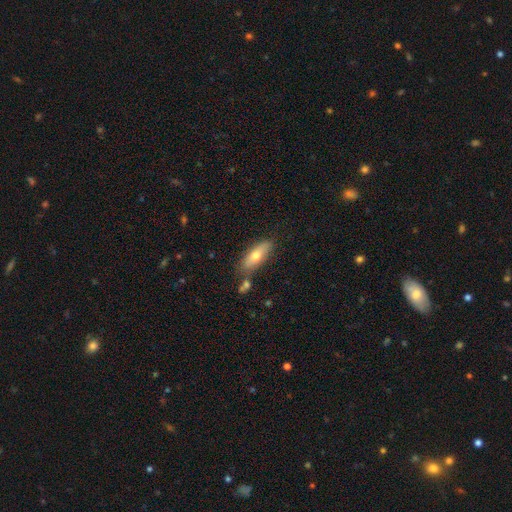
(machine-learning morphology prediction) Overall: smooth (67%; featured or disk 27%). How rounded: in between (62%; cigar-shaped 36%). Merging: none (71%).